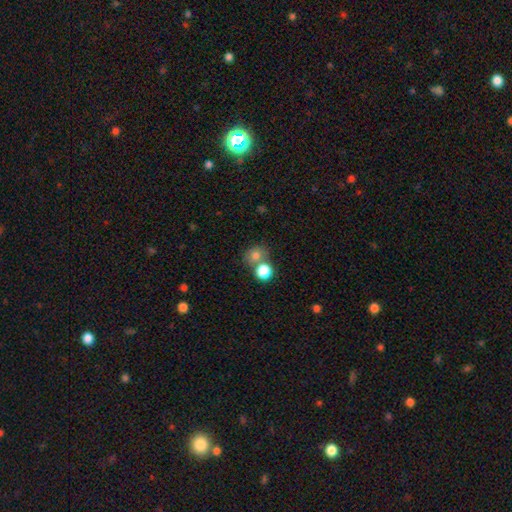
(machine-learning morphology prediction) smooth-or-featured: smooth: 77% | star or artifact: 14% | featured or disk: 9%
  how-rounded: round: 74% | in between: 25% | cigar-shaped: 1%
  merging: none: 53% | merger: 34% | minor disturbance: 9% | major disturbance: 4%